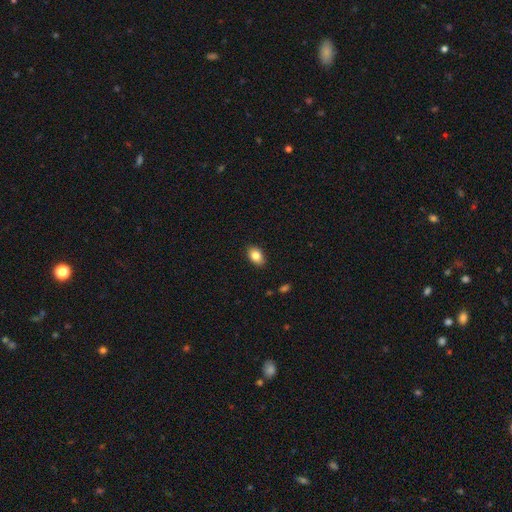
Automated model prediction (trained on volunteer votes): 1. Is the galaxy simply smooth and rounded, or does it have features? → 83% smooth, 9% featured or disk, 8% star or artifact.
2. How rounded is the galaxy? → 85% in between, 13% round, 1% cigar-shaped.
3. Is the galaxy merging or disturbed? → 87% none, 10% minor disturbance, 2% major disturbance, 1% merger.